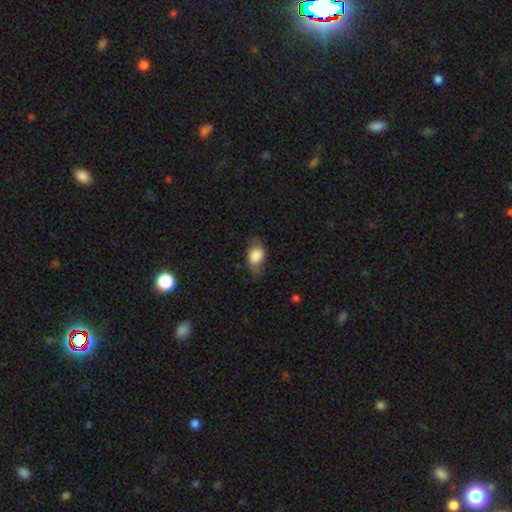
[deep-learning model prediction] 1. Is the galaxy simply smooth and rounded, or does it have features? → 77% smooth, 16% featured or disk, 8% star or artifact.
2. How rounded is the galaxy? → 79% in between, 19% round, 2% cigar-shaped.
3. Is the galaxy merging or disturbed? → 58% none, 29% minor disturbance, 11% major disturbance, 1% merger.